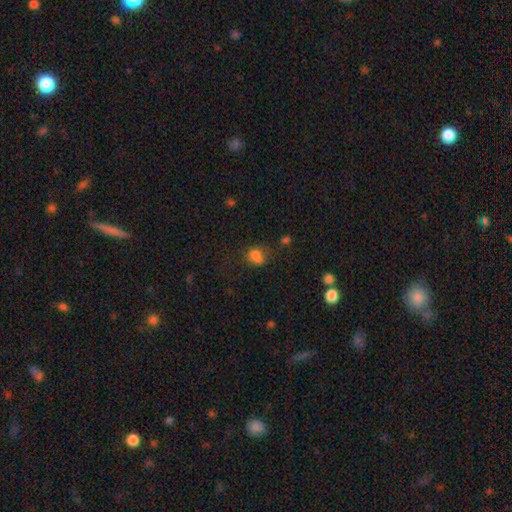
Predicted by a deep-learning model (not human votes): Smooth or featured?
  - smooth: 74% *
  - star or artifact: 15%
  - featured or disk: 11%
How rounded?
  - round: 51% *
  - in between: 48%
  - cigar-shaped: 1%
Merging?
  - none: 43% *
  - merger: 24%
  - minor disturbance: 22%
  - major disturbance: 12%